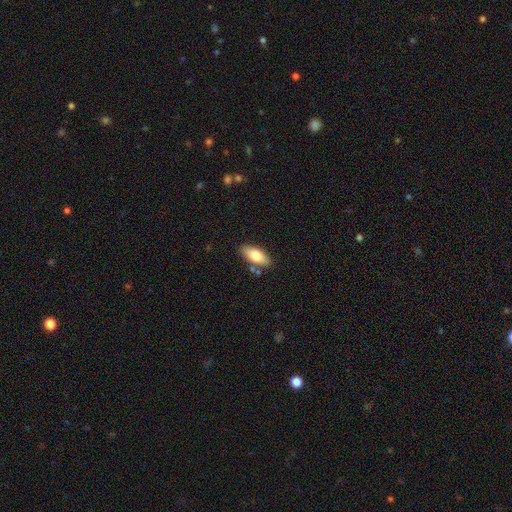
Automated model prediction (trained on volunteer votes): smooth_or_featured: smooth (p=0.76) [alt: featured or disk p=0.18]
how_rounded: in between (p=0.86) [alt: cigar-shaped p=0.11]
merging: none (p=0.81) [alt: minor disturbance p=0.12]